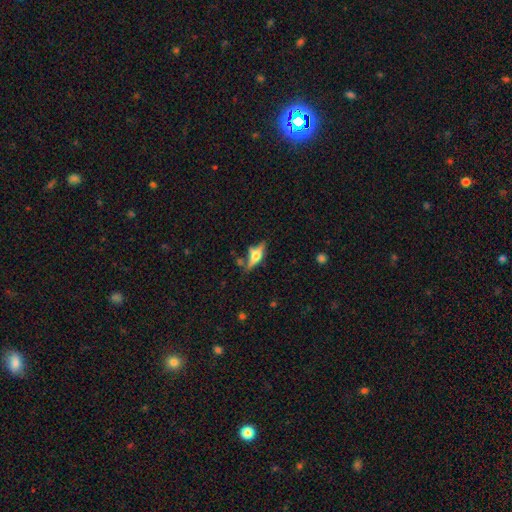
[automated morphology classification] Overall: featured or disk (59%; smooth 32%). Edge-on disk: yes (91%). Edge-on bulge: rounded (90%). Merging: none (65%).